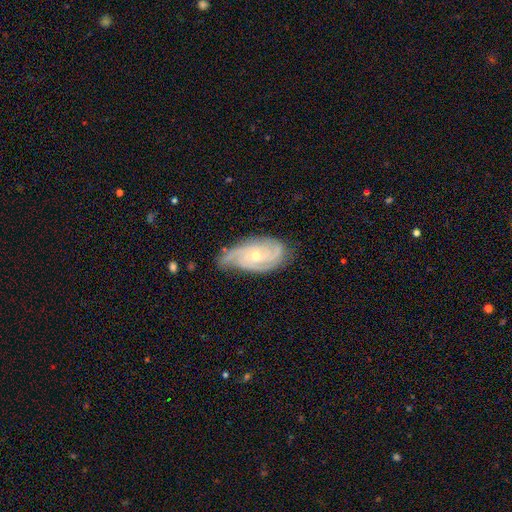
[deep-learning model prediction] featured or disk 86%, smooth 9%, star or artifact 5%. Down the decision tree: edge-on disk — no (96%); bar — no (73%); spiral arms — yes (97%); spiral arm count — 3 (42%); spiral winding — tight (61%); bulge size — small (57%); merging — none (68%).